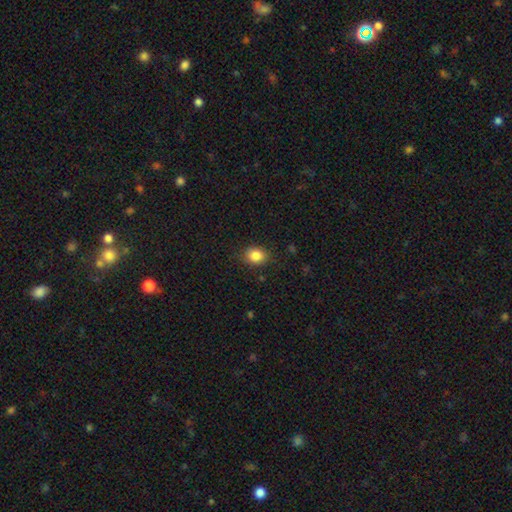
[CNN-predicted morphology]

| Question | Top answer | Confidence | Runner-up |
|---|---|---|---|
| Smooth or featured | smooth | 85% | star or artifact (9%) |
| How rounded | in between | 53% | round (46%) |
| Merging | none | 86% | minor disturbance (11%) |